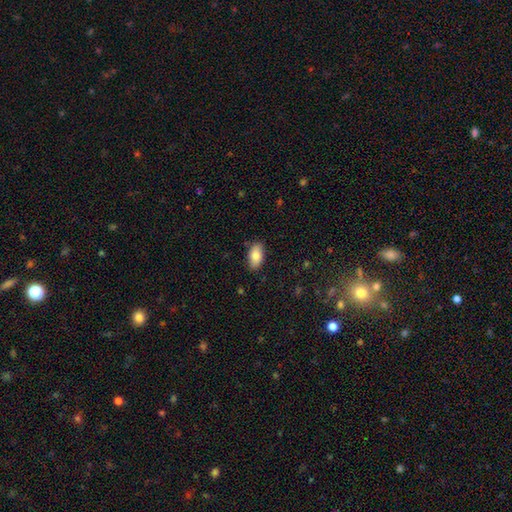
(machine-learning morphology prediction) Smooth or featured?
  - smooth: 84% *
  - featured or disk: 9%
  - star or artifact: 7%
How rounded?
  - in between: 93% *
  - round: 4%
  - cigar-shaped: 3%
Merging?
  - none: 85% *
  - minor disturbance: 12%
  - major disturbance: 2%
  - merger: 1%